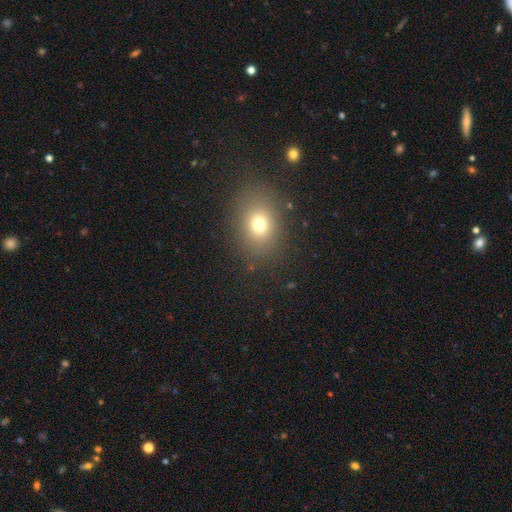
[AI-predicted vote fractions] Smooth or featured?
  - smooth: 68% *
  - star or artifact: 23%
  - featured or disk: 8%
How rounded?
  - in between: 56% *
  - round: 43%
  - cigar-shaped: 1%
Merging?
  - none: 89% *
  - minor disturbance: 7%
  - major disturbance: 2%
  - merger: 1%